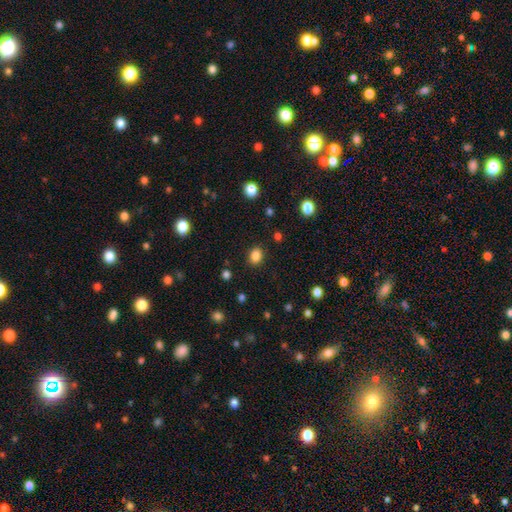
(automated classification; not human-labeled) Smooth or featured? Predicted: smooth (p=0.85). How rounded? Predicted: round (p=0.52). Merging? Predicted: none (p=0.88).